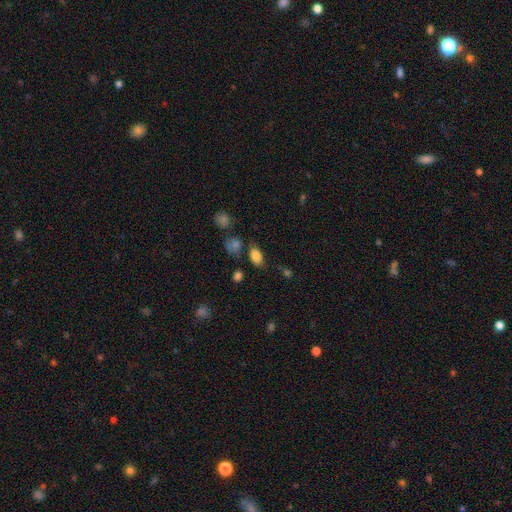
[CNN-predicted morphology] A smooth galaxy with no disk features (84%) that is in between round and cigar-shaped (90%).

Vote fractions:
- Smooth or featured? smooth: 84% / star or artifact: 10% / featured or disk: 6%
- How rounded? in between: 90% / round: 8% / cigar-shaped: 2%
- Merging? none: 71% / minor disturbance: 16% / merger: 8% / major disturbance: 5%